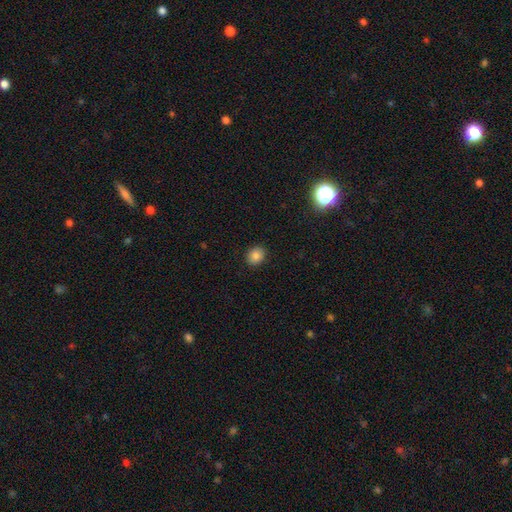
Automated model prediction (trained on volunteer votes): smooth_or_featured: smooth (p=0.84) [alt: star or artifact p=0.10]
how_rounded: round (p=0.66) [alt: in between p=0.33]
merging: none (p=0.90) [alt: minor disturbance p=0.07]